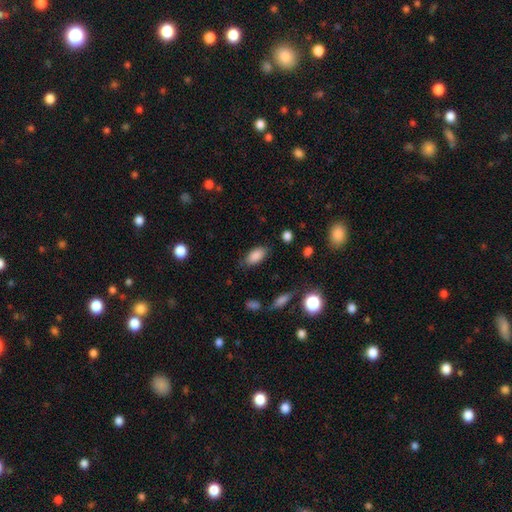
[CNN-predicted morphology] The model was most divided on "merging": none: 80%, minor disturbance: 15%, major disturbance: 4%, merger: 2%. More confident: how rounded — in between (91%); smooth or featured — smooth (86%).